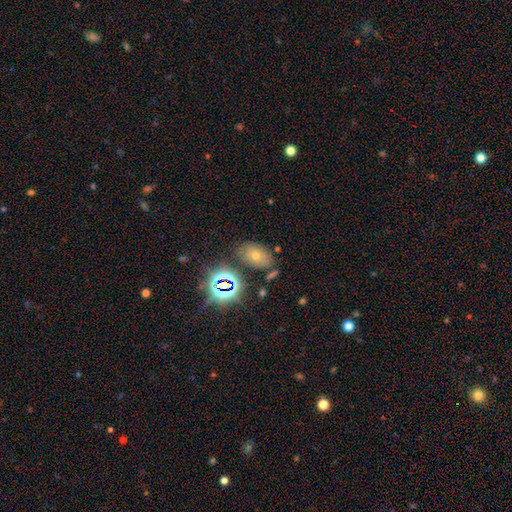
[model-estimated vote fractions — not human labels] Morphology: type=smooth (58%); roundness=in between (85%); merging=none (74%).